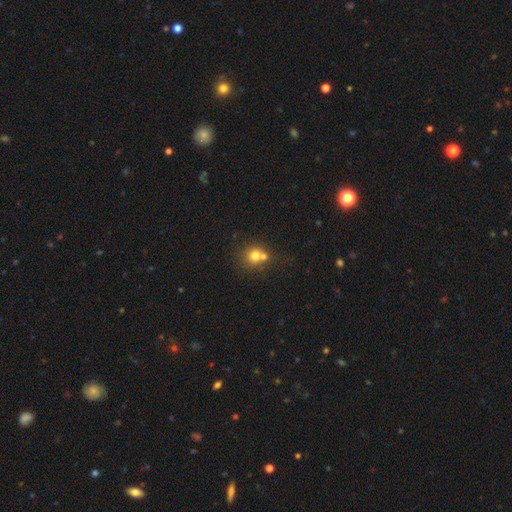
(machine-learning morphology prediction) Smooth or featured? Predicted: smooth (p=0.73). How rounded? Predicted: round (p=0.85). Merging? Predicted: merger (p=0.46).